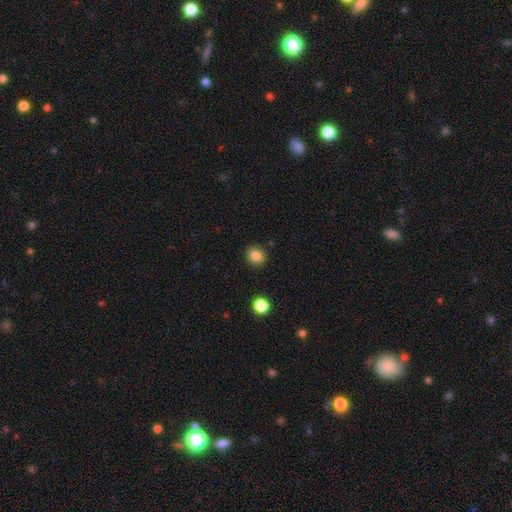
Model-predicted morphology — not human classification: This is clearly a smooth galaxy (84%). How rounded: clearly round (80%). Merging: clearly none (89%).